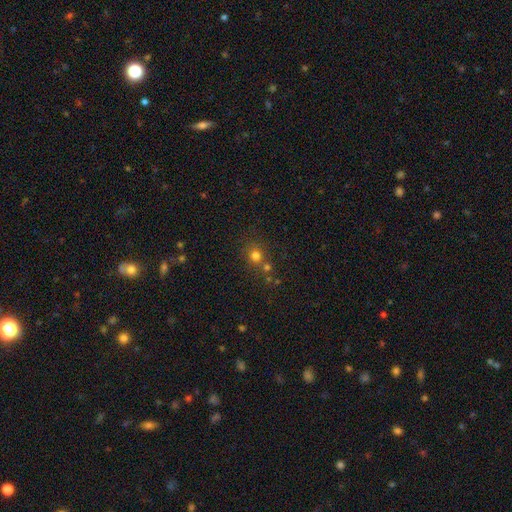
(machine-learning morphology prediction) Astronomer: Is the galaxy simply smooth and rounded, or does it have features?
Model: smooth — 74%.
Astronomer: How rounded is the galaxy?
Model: round — 86%.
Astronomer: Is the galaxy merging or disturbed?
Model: none — 67%.